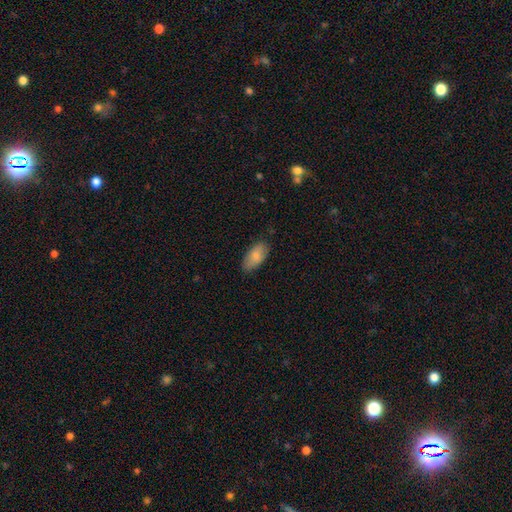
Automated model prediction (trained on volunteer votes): Q: Smooth or featured?
A: smooth (84%); runner-up: featured or disk (10%)
Q: How rounded?
A: in between (93%); runner-up: cigar-shaped (5%)
Q: Merging?
A: none (80%); runner-up: minor disturbance (16%)